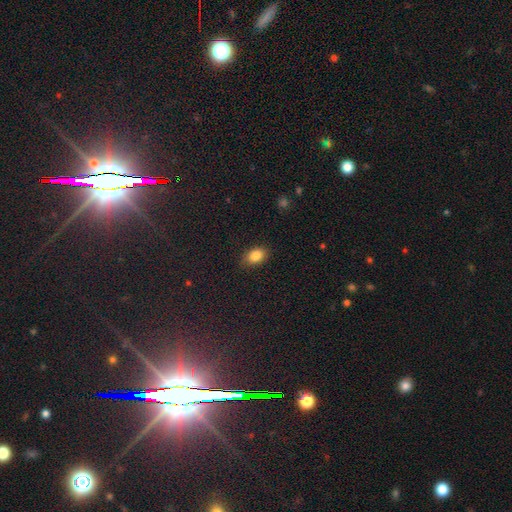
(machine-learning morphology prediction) Overall: smooth (84%). How rounded: in between (84%). Merging: none (85%).